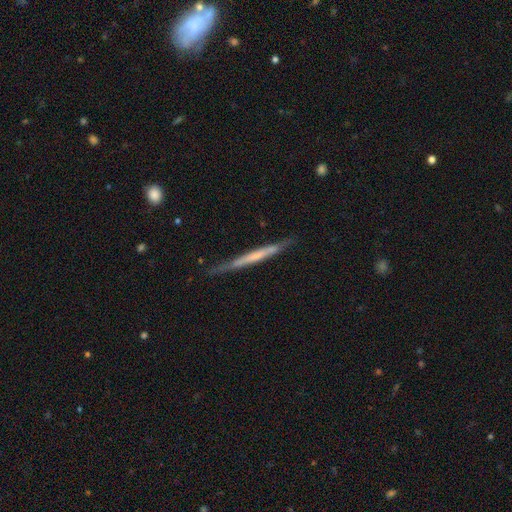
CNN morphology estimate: type=featured or disk (55%); edge-on=yes (96%); edge-on bulge=none (77%); merging=none (83%).